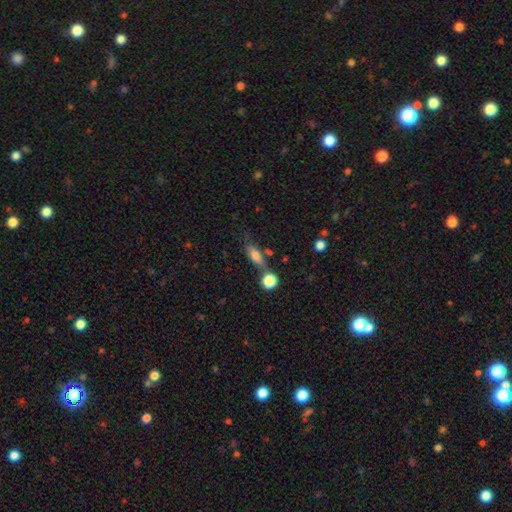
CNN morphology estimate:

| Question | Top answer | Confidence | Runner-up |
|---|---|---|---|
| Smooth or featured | smooth | 69% | featured or disk (20%) |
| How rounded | in between | 64% | cigar-shaped (28%) |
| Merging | none | 54% | merger (20%) |